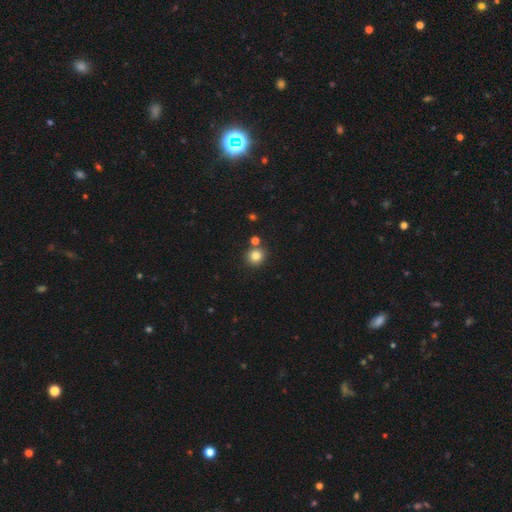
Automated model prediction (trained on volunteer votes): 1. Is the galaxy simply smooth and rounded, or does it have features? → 82% smooth, 12% star or artifact, 6% featured or disk.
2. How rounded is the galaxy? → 91% round, 8% in between, 1% cigar-shaped.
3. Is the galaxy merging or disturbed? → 78% none, 12% merger, 7% minor disturbance, 2% major disturbance.